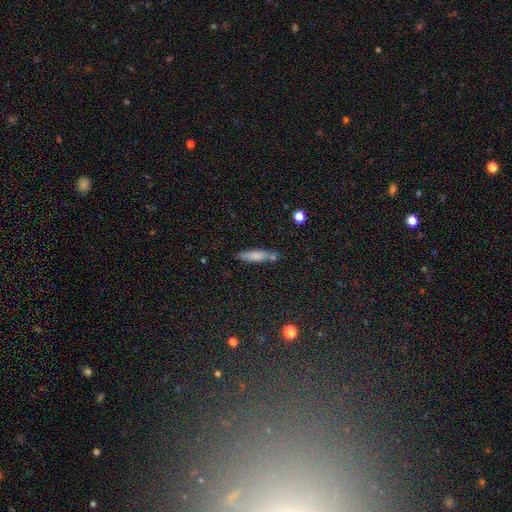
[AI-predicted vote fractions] Q: Smooth or featured?
A: smooth (74%); runner-up: featured or disk (18%)
Q: How rounded?
A: cigar-shaped (76%); runner-up: in between (22%)
Q: Merging?
A: none (69%); runner-up: minor disturbance (16%)